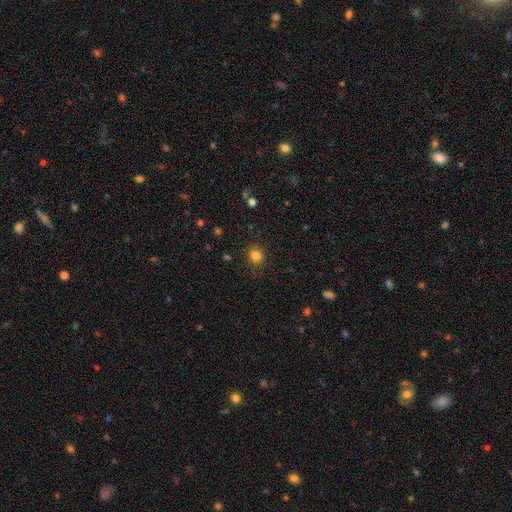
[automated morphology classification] Smooth or featured?
  - smooth: 82% *
  - star or artifact: 13%
  - featured or disk: 5%
How rounded?
  - round: 79% *
  - in between: 20%
  - cigar-shaped: 1%
Merging?
  - none: 87% *
  - minor disturbance: 9%
  - major disturbance: 3%
  - merger: 1%